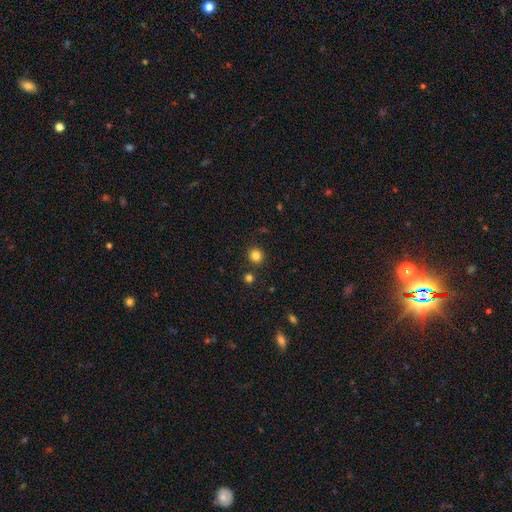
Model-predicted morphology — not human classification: Smooth or featured: smooth — 82% (star or artifact — 13%)
How rounded: round — 89% (in between — 11%)
Merging: none — 87% (minor disturbance — 7%)